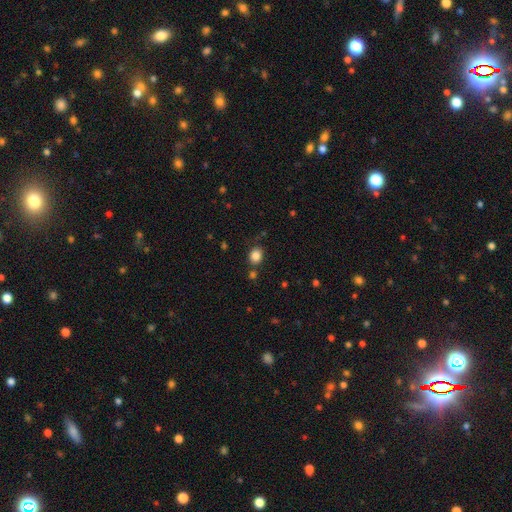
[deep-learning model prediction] Smooth or featured: smooth — 85% (star or artifact — 11%)
How rounded: round — 57% (in between — 42%)
Merging: none — 77% (minor disturbance — 12%)